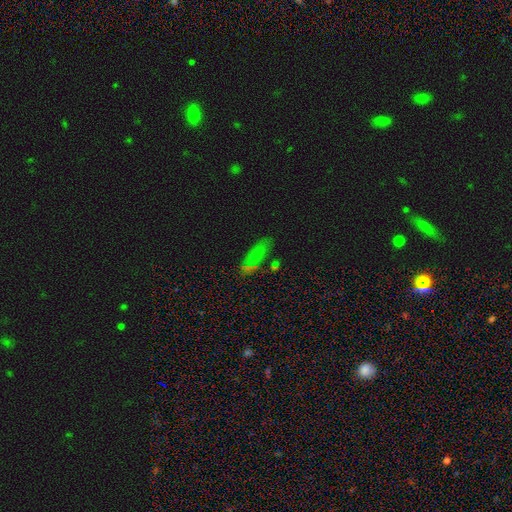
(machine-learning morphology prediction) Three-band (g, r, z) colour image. It shows a smooth galaxy with no disk features (51%) that is in between round and cigar-shaped (68%). Merging: none (68%).